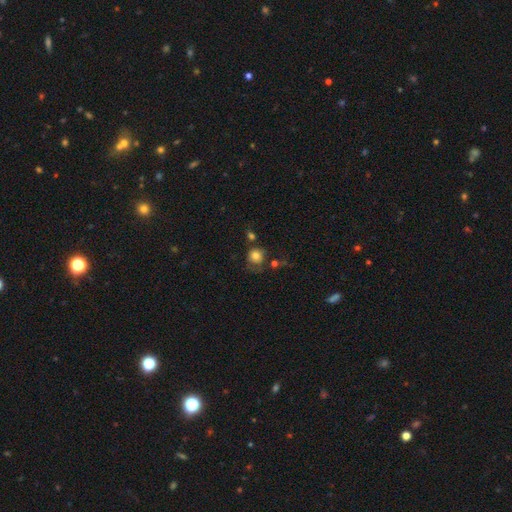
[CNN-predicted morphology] This is likely a smooth galaxy (78%). How rounded: clearly round (86%). Merging: possibly none (55%).